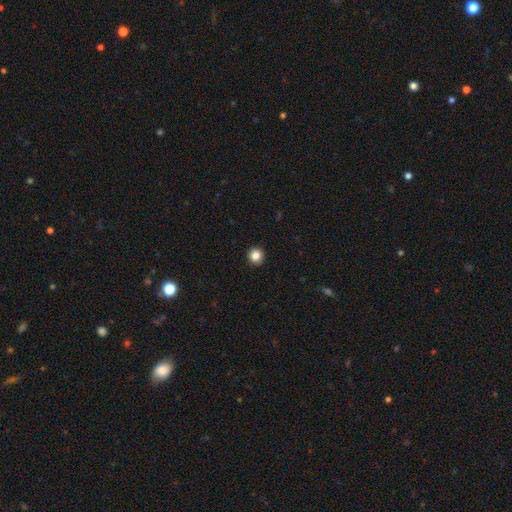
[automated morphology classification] Q: Smooth or featured?
A: smooth (84%); runner-up: star or artifact (11%)
Q: How rounded?
A: round (95%); runner-up: in between (4%)
Q: Merging?
A: none (93%); runner-up: minor disturbance (4%)